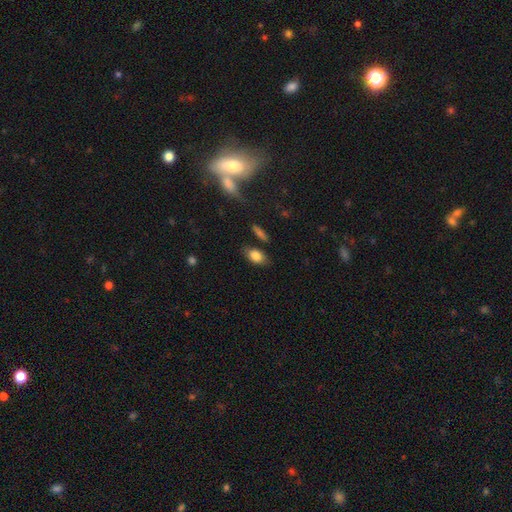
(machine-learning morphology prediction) Smooth or featured?
  - smooth: 82% *
  - featured or disk: 10%
  - star or artifact: 8%
How rounded?
  - in between: 86% *
  - round: 10%
  - cigar-shaped: 4%
Merging?
  - none: 78% *
  - minor disturbance: 14%
  - merger: 4%
  - major disturbance: 4%